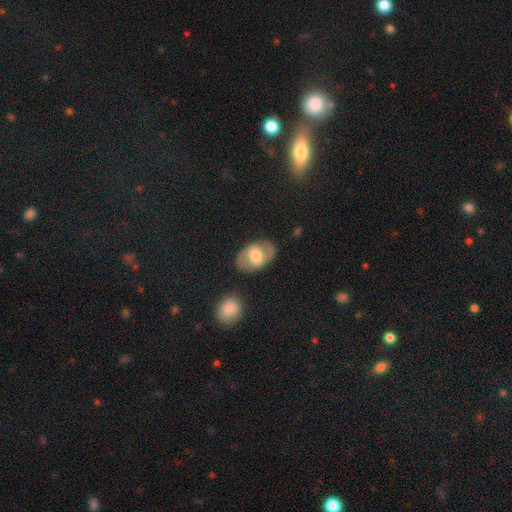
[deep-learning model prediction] Smooth or featured: smooth — 51% (featured or disk — 42%)
How rounded: in between — 83% (round — 15%)
Merging: none — 79% (minor disturbance — 13%)